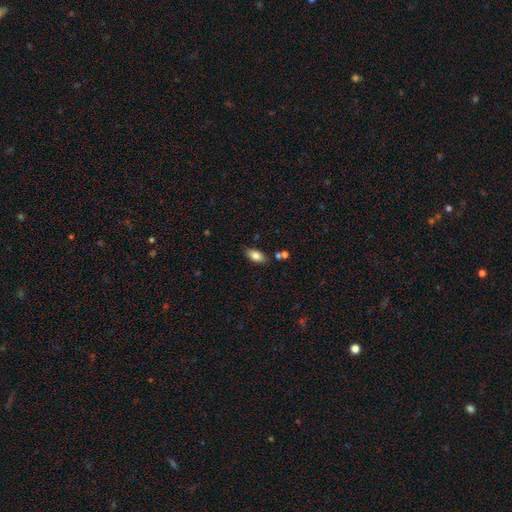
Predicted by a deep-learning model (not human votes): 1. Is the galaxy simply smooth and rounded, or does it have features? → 81% smooth, 11% featured or disk, 8% star or artifact.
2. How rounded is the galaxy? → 89% in between, 7% cigar-shaped, 4% round.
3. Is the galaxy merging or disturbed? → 77% none, 15% minor disturbance, 6% merger, 3% major disturbance.